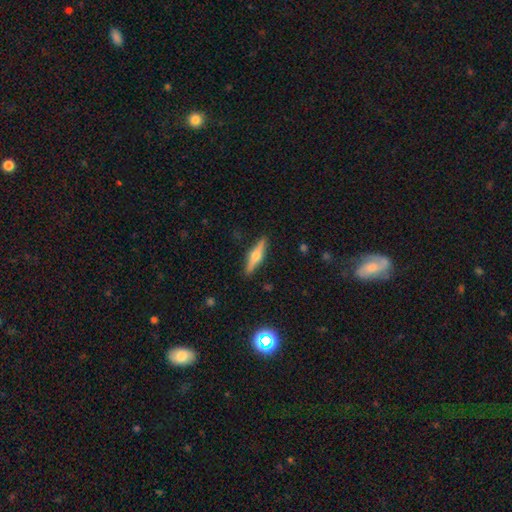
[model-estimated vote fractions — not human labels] Q: Smooth or featured?
A: featured or disk (65%); runner-up: smooth (29%)
Q: Edge-on disk?
A: yes (97%); runner-up: no (3%)
Q: Edge-on bulge?
A: rounded (94%); runner-up: boxy (3%)
Q: Merging?
A: none (90%); runner-up: minor disturbance (8%)